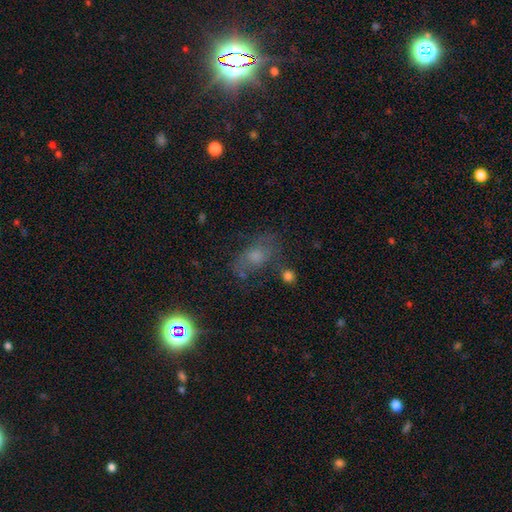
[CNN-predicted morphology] type=smooth (39%); merging=none (59%).